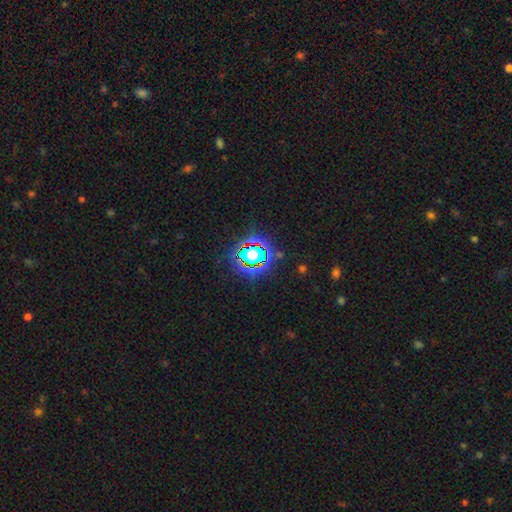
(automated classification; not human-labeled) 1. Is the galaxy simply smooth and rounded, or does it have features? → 80% star or artifact, 12% smooth, 8% featured or disk.